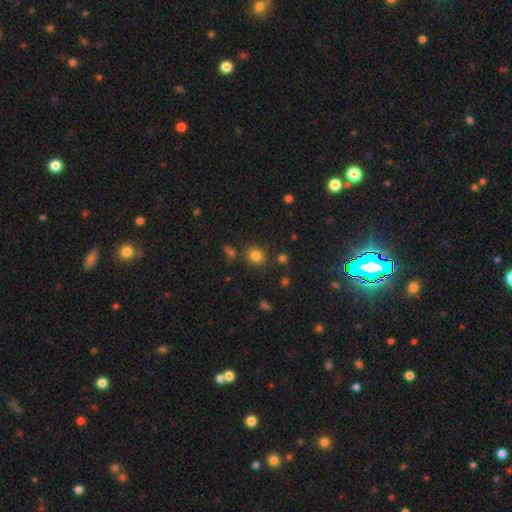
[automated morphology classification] smooth_or_featured: smooth (p=0.80) [alt: star or artifact p=0.14]
how_rounded: round (p=0.77) [alt: in between p=0.22]
merging: none (p=0.81) [alt: minor disturbance p=0.10]